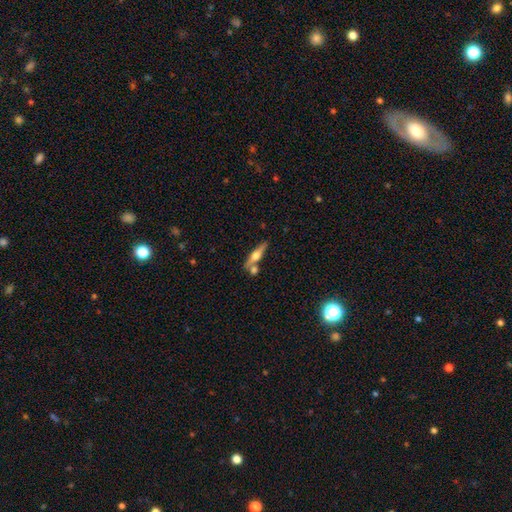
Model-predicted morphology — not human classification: A featured or disk galaxy (62%) viewed edge-on (95%) with a rounded central bulge (93%).

Vote fractions:
- Smooth or featured? featured or disk: 62% / smooth: 32% / star or artifact: 6%
- Edge-on disk? yes: 95% / no: 5%
- Edge-on bulge? rounded: 93% / boxy: 4% / none: 3%
- Merging? none: 66% / merger: 20% / minor disturbance: 11% / major disturbance: 3%